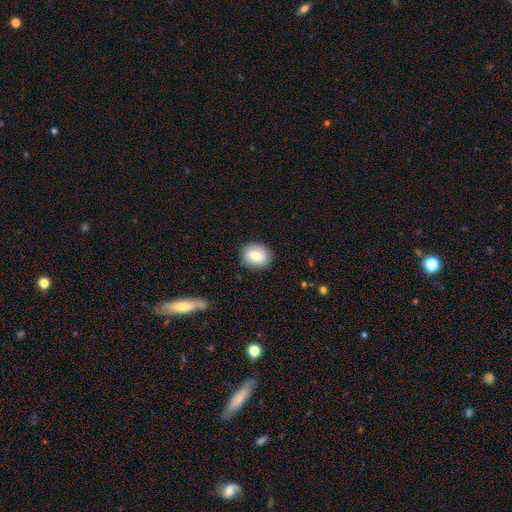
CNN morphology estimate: The model was most divided on "how rounded": round: 64%, in between: 35%, cigar-shaped: 1%. More confident: merging — none (88%); smooth or featured — smooth (75%).